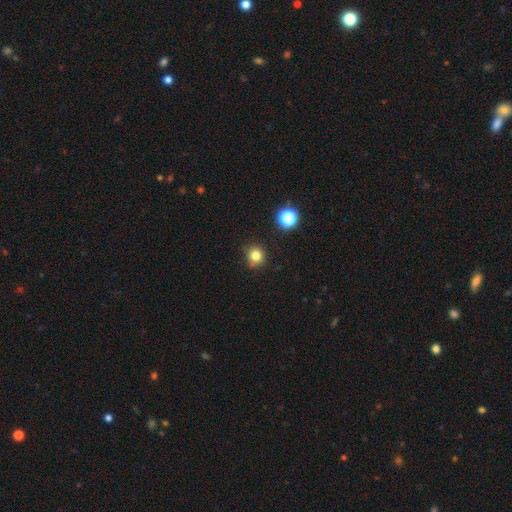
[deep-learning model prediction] Smooth or featured?
  - smooth: 79% *
  - star or artifact: 15%
  - featured or disk: 6%
How rounded?
  - round: 90% *
  - in between: 9%
  - cigar-shaped: 1%
Merging?
  - none: 84% *
  - minor disturbance: 11%
  - merger: 3%
  - major disturbance: 3%